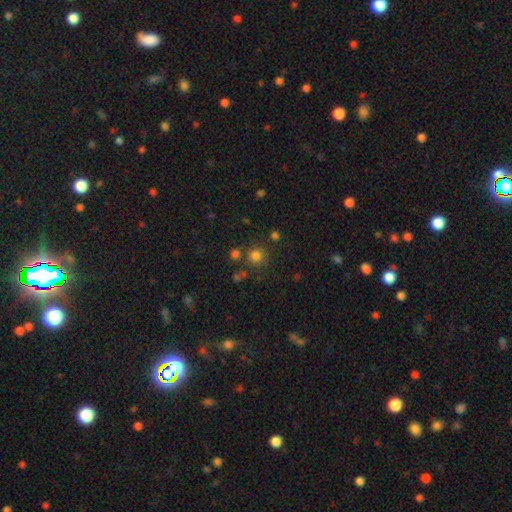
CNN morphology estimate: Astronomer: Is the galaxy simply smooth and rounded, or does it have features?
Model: smooth — 77%.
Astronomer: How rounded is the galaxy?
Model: round — 93%.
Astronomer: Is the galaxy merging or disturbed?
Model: none — 79%.